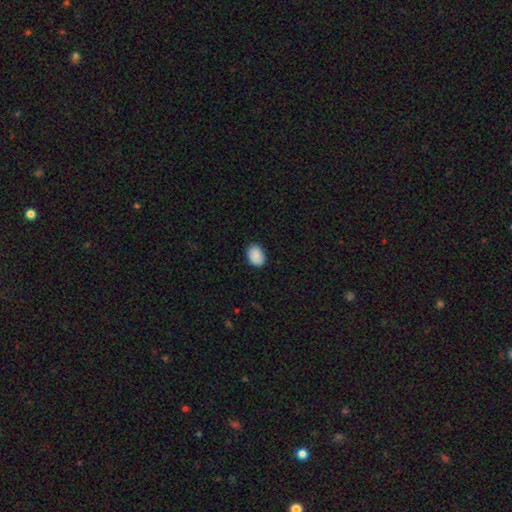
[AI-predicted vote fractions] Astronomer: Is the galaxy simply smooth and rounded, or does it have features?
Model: smooth — 90%.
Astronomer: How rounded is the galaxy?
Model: in between — 78%.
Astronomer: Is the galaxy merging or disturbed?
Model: none — 88%.